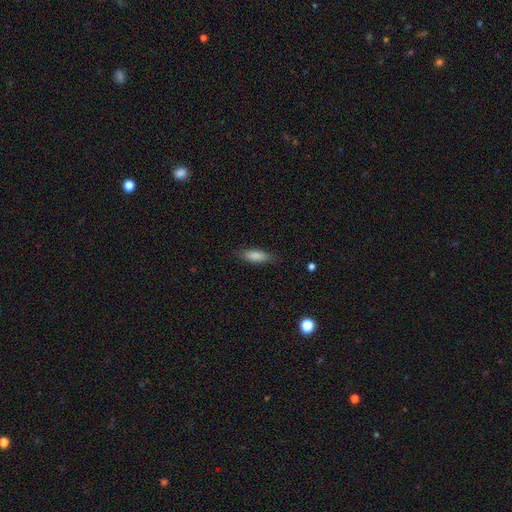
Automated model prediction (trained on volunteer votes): Smooth or featured: smooth — 83% (featured or disk — 10%)
How rounded: in between — 56% (cigar-shaped — 42%)
Merging: none — 83% (minor disturbance — 13%)